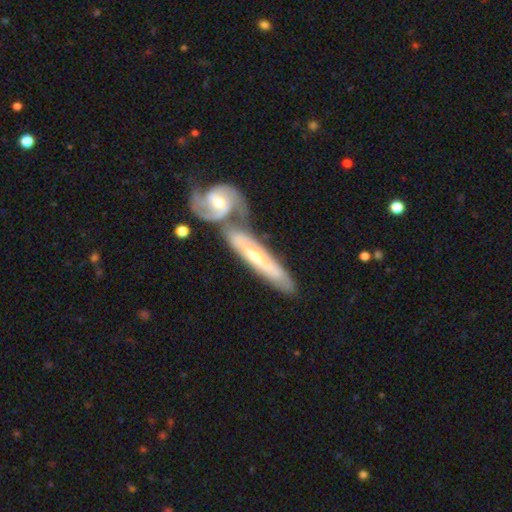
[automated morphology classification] Smooth or featured: featured or disk — 72% (smooth — 23%)
Edge-on disk: no — 58% (yes — 42%)
Merging: merger — 49% (none — 37%)